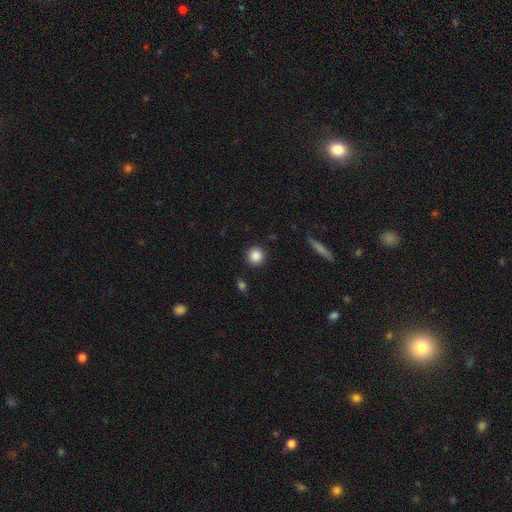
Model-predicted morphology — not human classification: Q: Smooth or featured?
A: smooth (86%); runner-up: star or artifact (9%)
Q: How rounded?
A: round (93%); runner-up: in between (6%)
Q: Merging?
A: none (90%); runner-up: minor disturbance (7%)